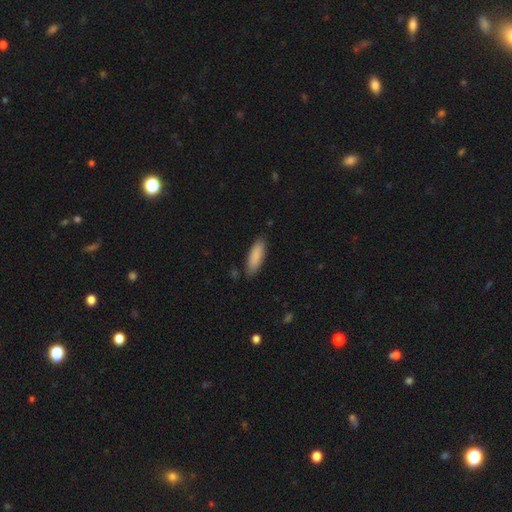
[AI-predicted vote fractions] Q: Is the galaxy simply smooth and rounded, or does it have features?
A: smooth — 87%.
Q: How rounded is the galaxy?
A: in between — 56%.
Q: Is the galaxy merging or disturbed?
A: none — 82%.